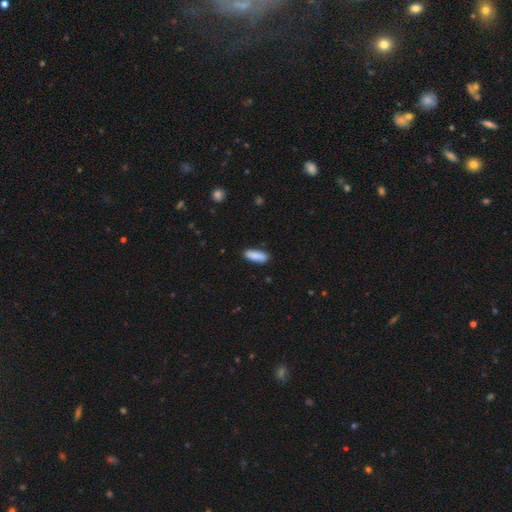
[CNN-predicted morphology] smooth 89%, star or artifact 6%, featured or disk 5%. Down the decision tree: how rounded — in between (60%); merging — none (87%).